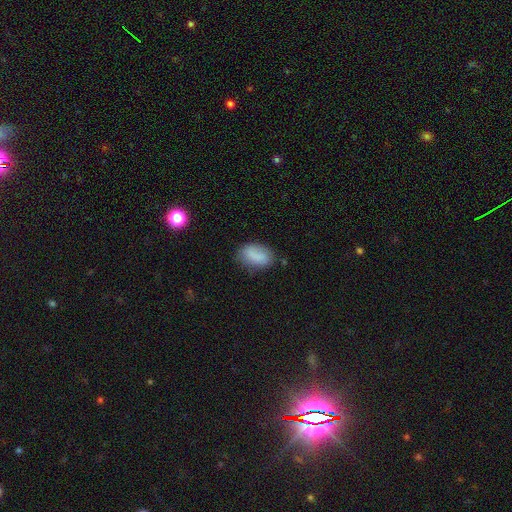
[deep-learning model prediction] smooth_or_featured: smooth (p=0.82) [alt: featured or disk p=0.11]
how_rounded: in between (p=0.90) [alt: round p=0.08]
merging: none (p=0.65) [alt: minor disturbance p=0.25]